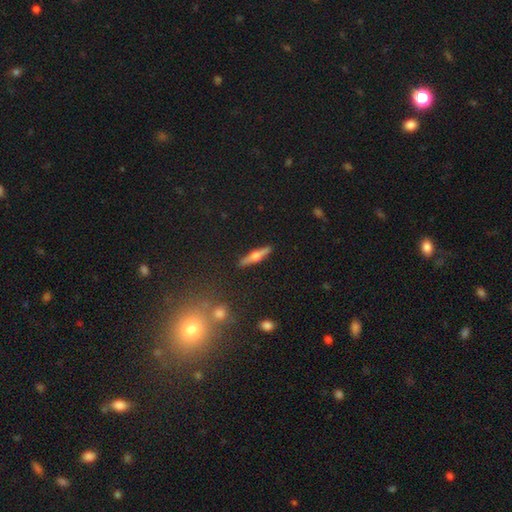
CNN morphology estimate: Smooth or featured?
  - featured or disk: 60% *
  - smooth: 33%
  - star or artifact: 7%
Edge-on disk?
  - yes: 96% *
  - no: 4%
Edge-on bulge?
  - rounded: 92% *
  - boxy: 5%
  - none: 4%
Merging?
  - none: 90% *
  - minor disturbance: 7%
  - major disturbance: 2%
  - merger: 2%